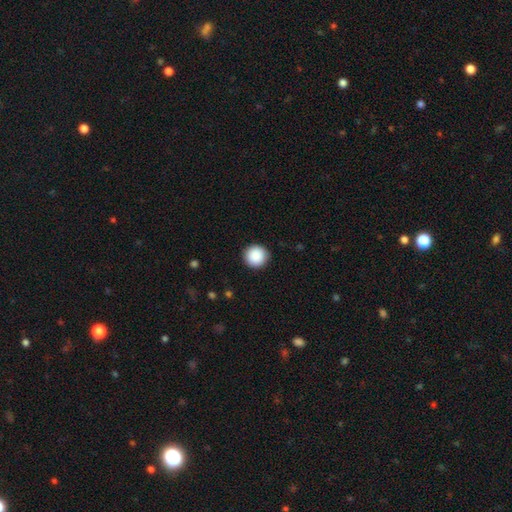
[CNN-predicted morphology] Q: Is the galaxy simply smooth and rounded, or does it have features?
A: smooth — 89%.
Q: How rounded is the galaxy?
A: round — 96%.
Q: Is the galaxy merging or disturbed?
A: none — 92%.